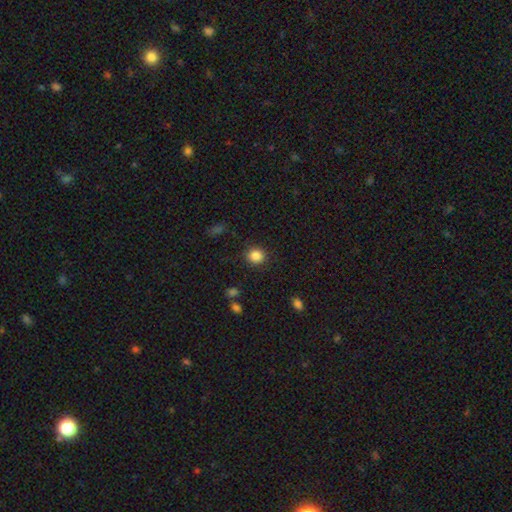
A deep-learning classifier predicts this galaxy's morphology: smooth-or-featured: smooth: 85% | star or artifact: 10% | featured or disk: 5%
  how-rounded: round: 87% | in between: 12% | cigar-shaped: 1%
  merging: none: 89% | minor disturbance: 7% | major disturbance: 3% | merger: 1%